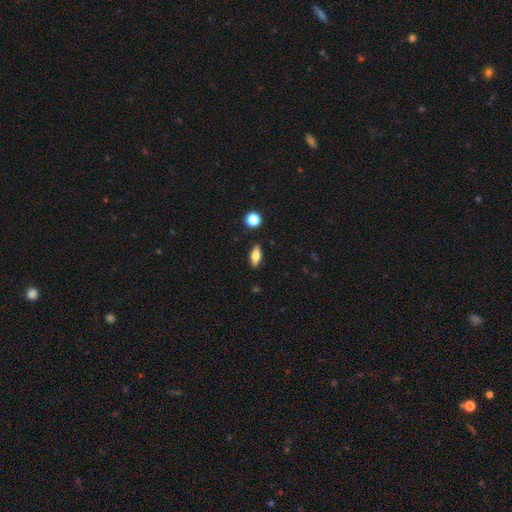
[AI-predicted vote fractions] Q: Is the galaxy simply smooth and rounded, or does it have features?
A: smooth — 69%.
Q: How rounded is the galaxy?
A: in between — 73%.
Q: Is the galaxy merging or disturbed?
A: none — 88%.